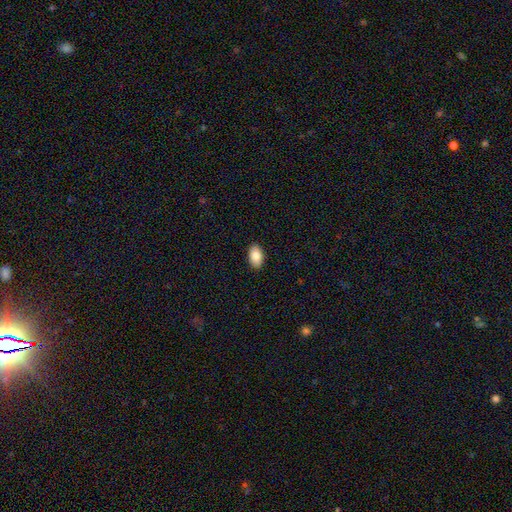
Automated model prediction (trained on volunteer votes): Q: Smooth or featured?
A: smooth (85%); runner-up: featured or disk (9%)
Q: How rounded?
A: in between (93%); runner-up: round (6%)
Q: Merging?
A: none (90%); runner-up: minor disturbance (7%)